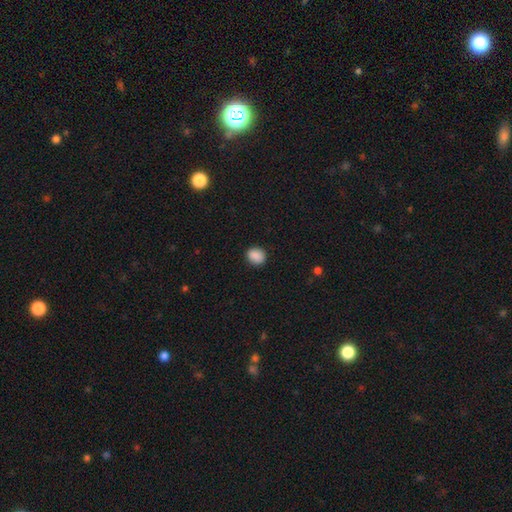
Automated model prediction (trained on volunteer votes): Morphology: type=smooth (89%); roundness=round (64%); merging=none (89%).